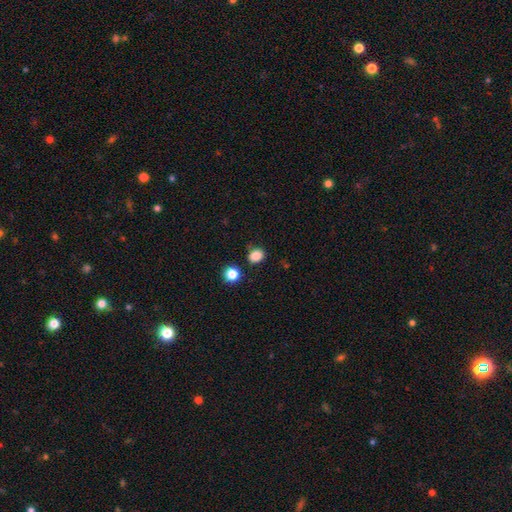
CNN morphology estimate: smooth 85%, star or artifact 12%, featured or disk 3%. Down the decision tree: how rounded — round (53%); merging — none (81%).